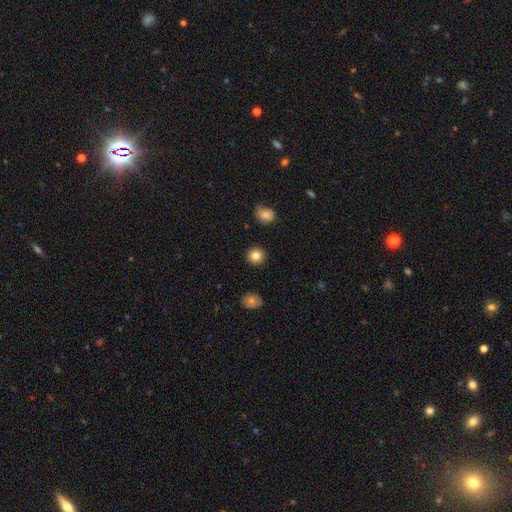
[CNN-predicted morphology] smooth 83%, star or artifact 10%, featured or disk 6%. Down the decision tree: how rounded — round (92%); merging — none (92%).